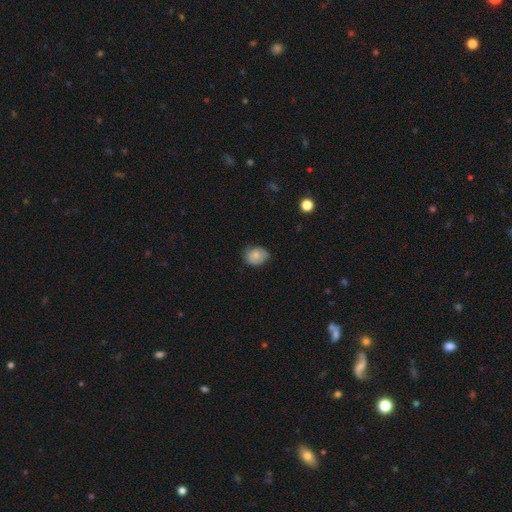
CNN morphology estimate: Smooth or featured: smooth — 77% (featured or disk — 15%)
How rounded: round — 54% (in between — 45%)
Merging: none — 63% (minor disturbance — 30%)